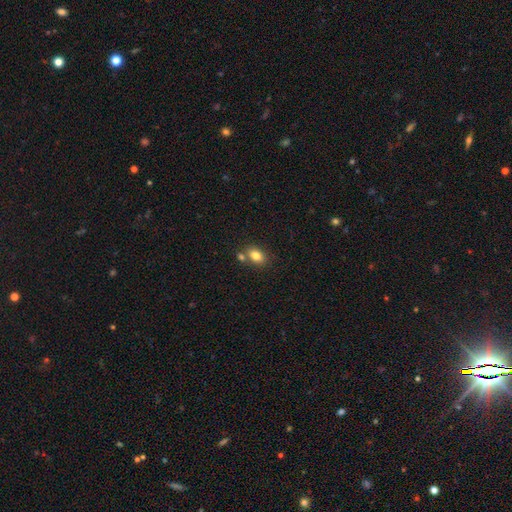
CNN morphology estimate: smooth 81%, star or artifact 9%, featured or disk 9%. Down the decision tree: how rounded — in between (78%); merging — none (63%).